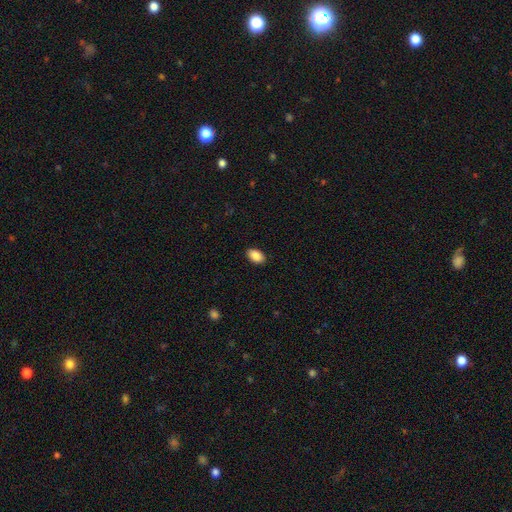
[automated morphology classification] This appears to be a smooth galaxy with no disk features (89%) that is in between round and cigar-shaped (92%). Merging: none (89%).